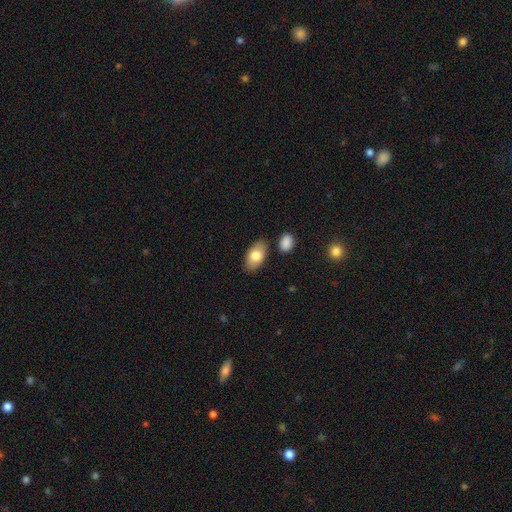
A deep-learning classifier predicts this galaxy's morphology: This appears to be a smooth galaxy with no disk features (77%) that is in between round and cigar-shaped (92%). Merging: none (82%).